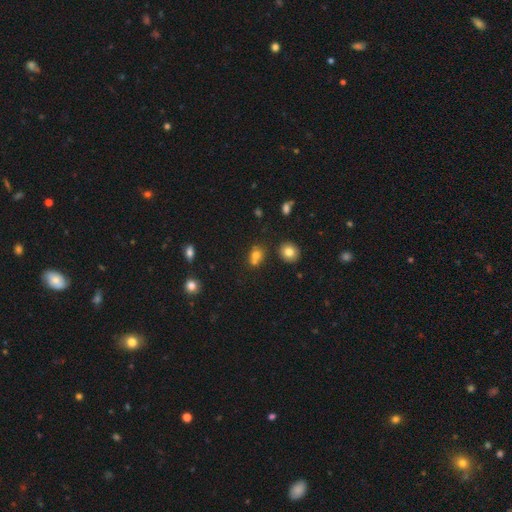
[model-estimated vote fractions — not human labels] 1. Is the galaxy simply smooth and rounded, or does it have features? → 72% smooth, 15% star or artifact, 13% featured or disk.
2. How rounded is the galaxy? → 56% round, 42% in between, 2% cigar-shaped.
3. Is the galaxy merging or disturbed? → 43% none, 40% merger, 12% minor disturbance, 5% major disturbance.